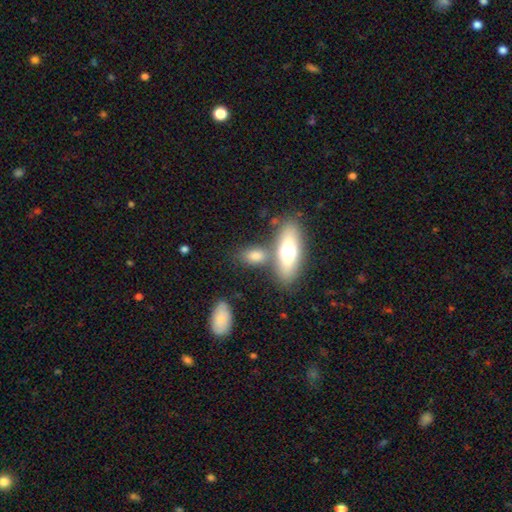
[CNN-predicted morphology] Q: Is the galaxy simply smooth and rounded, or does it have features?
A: smooth — 73%.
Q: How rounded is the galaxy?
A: in between — 75%.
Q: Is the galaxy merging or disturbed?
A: none — 60%.